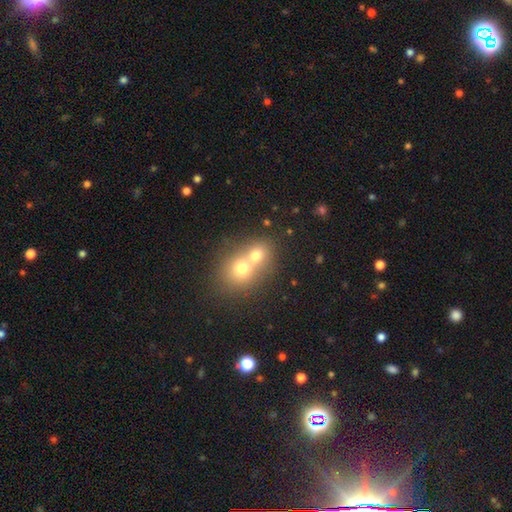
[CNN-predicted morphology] Smooth or featured?
  - smooth: 67% *
  - featured or disk: 20%
  - star or artifact: 13%
How rounded?
  - round: 67% *
  - in between: 32%
  - cigar-shaped: 1%
Merging?
  - merger: 70% *
  - none: 23%
  - minor disturbance: 5%
  - major disturbance: 2%